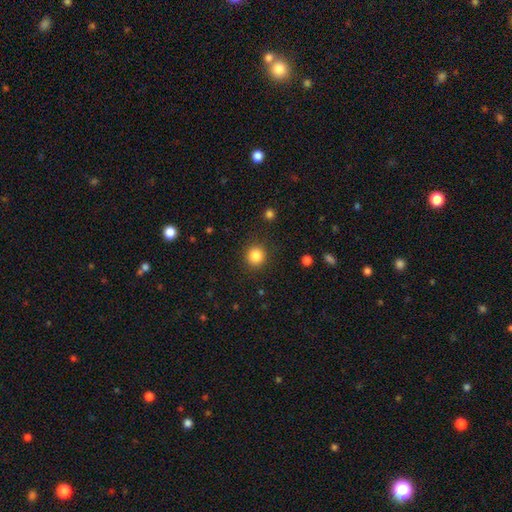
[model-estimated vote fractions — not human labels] Smooth or featured? Predicted: smooth (p=0.85). How rounded? Predicted: round (p=0.92). Merging? Predicted: none (p=0.90).